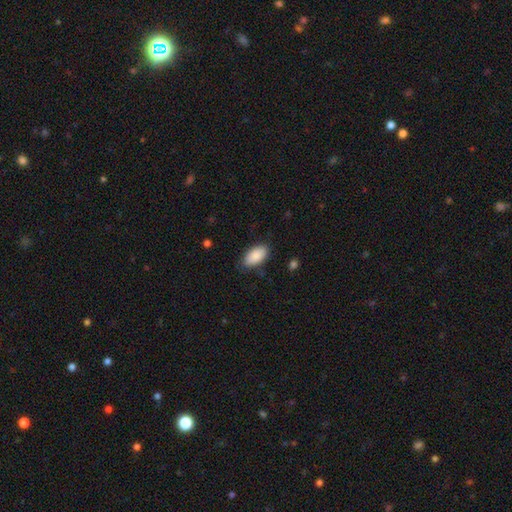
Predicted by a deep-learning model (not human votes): smooth 88%, star or artifact 6%, featured or disk 6%. Down the decision tree: how rounded — in between (95%); merging — none (83%).